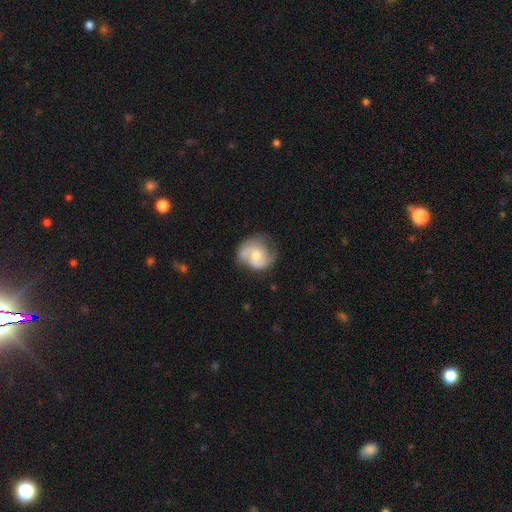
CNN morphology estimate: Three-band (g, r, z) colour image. It shows a featured or disk galaxy (65%) with no bar (67%), 2 (69%) medium (45%) spiral arms (87%) and a moderate central bulge (59%). Merging: none (58%).